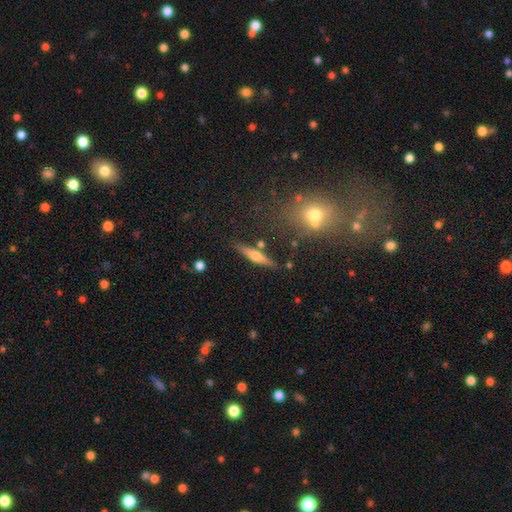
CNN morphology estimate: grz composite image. It shows a featured or disk galaxy (53%) viewed edge-on (94%). Merging: none (80%).